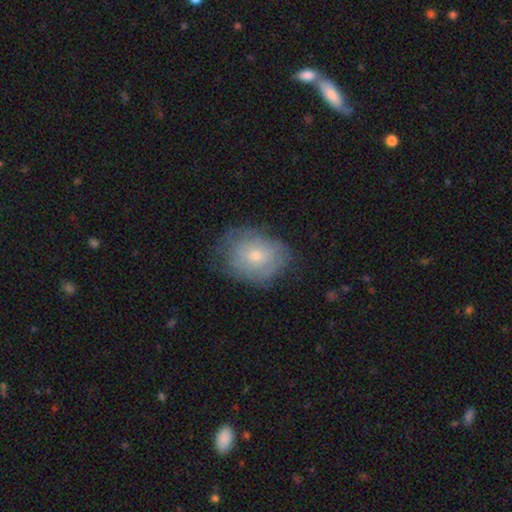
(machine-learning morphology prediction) type=smooth (53%); roundness=in between (59%); merging=none (63%).